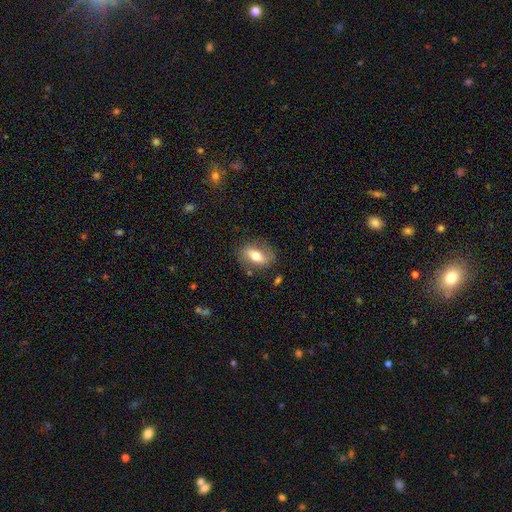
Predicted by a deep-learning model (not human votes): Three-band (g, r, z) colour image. It shows a smooth galaxy with no disk features (53%) that is in between round and cigar-shaped (78%). Merging: none (77%).